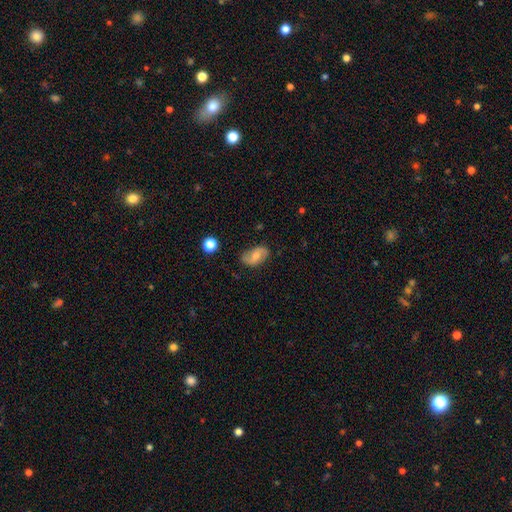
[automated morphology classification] smooth-or-featured: featured or disk: 50% | smooth: 41% | star or artifact: 9%
  disk-edge-on: no: 95% | yes: 5%
  merging: none: 78% | minor disturbance: 17% | major disturbance: 4% | merger: 2%